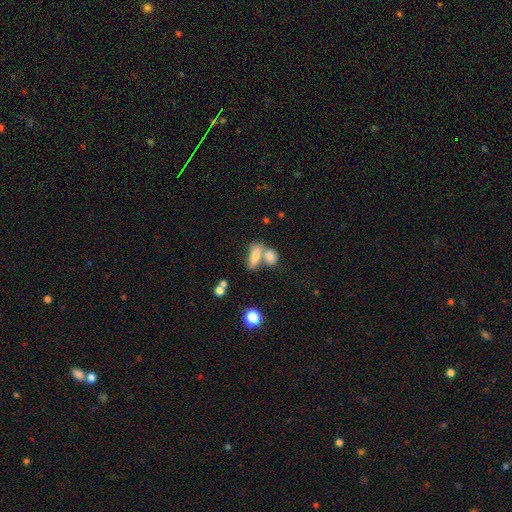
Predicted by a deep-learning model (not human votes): This appears to be a smooth galaxy with no disk features (70%) that is in between round and cigar-shaped (66%). Merging: merger (50%).